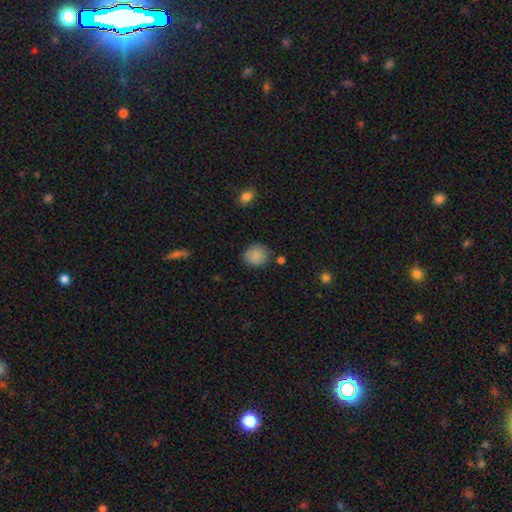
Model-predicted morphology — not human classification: A smooth galaxy with no disk features (87%) that is round (79%). Merging: none (81%).